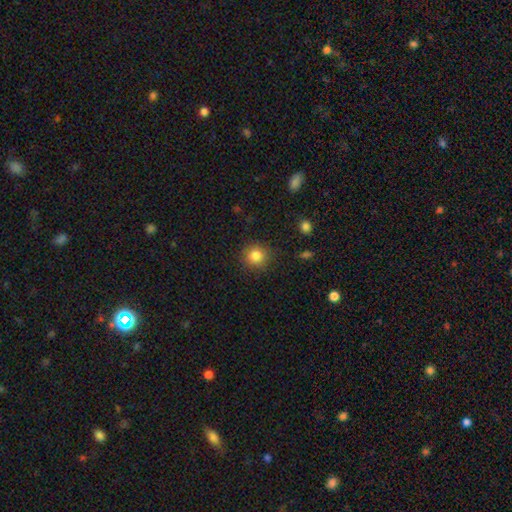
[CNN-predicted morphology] Smooth or featured: smooth — 83% (star or artifact — 11%)
How rounded: round — 92% (in between — 7%)
Merging: none — 87% (minor disturbance — 9%)